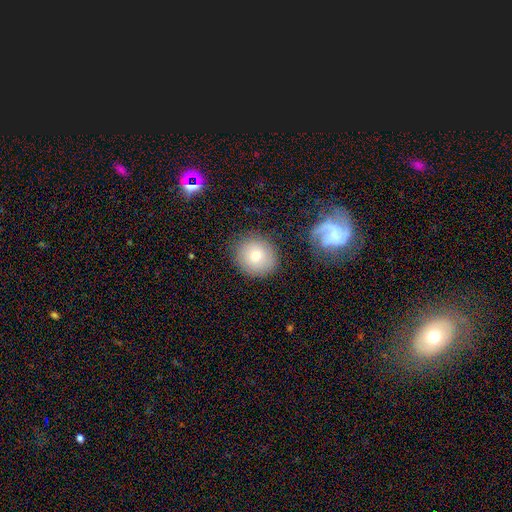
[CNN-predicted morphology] The model was most divided on "smooth or featured": smooth: 72%, featured or disk: 18%, star or artifact: 10%. More confident: how rounded — round (88%); merging — none (85%).